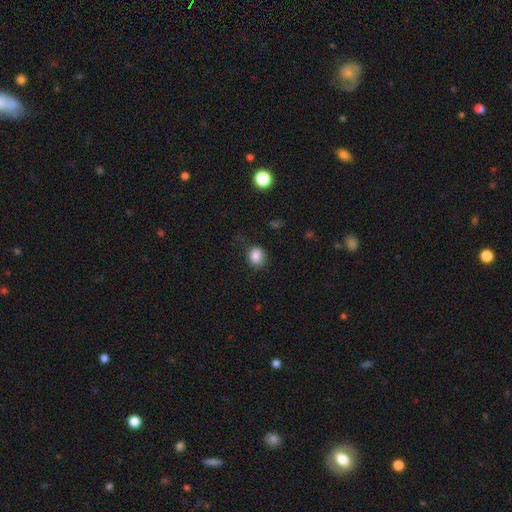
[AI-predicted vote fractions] Smooth or featured? Predicted: smooth (p=0.85). How rounded? Predicted: round (p=0.71). Merging? Predicted: none (p=0.71).